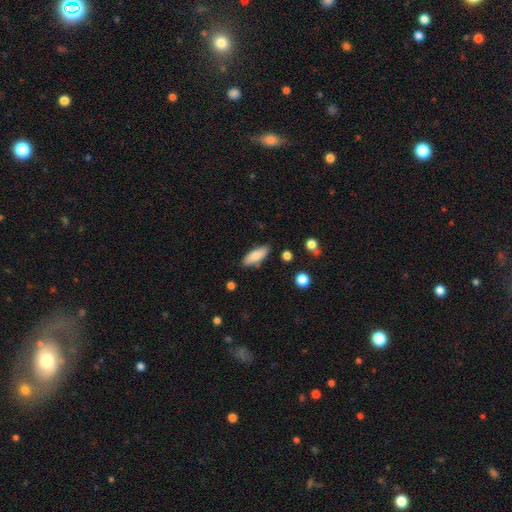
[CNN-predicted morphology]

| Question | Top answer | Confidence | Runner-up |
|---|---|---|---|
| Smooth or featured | smooth | 84% | featured or disk (9%) |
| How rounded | in between | 72% | cigar-shaped (26%) |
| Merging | none | 81% | minor disturbance (14%) |